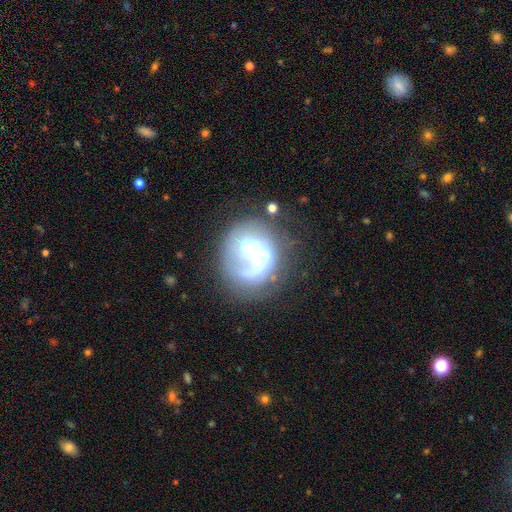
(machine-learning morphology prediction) Overall: featured or disk (63%; smooth 25%). Edge-on disk: no (97%). Bar: no (56%; weak 25%). Spiral arms: no (53%; yes 47%). Bulge size: moderate (29%; none 24%). Merging: none (38%; major disturbance 31%).